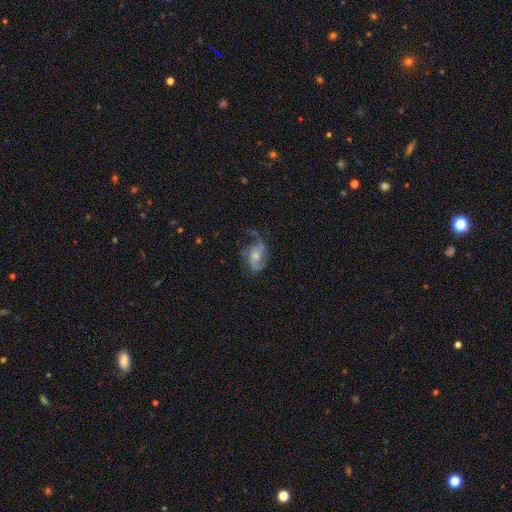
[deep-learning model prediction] The model was most divided on "spiral winding": loose: 46%, medium: 39%, tight: 15%. Remaining: edge-on disk — no (96%); spiral arms — yes (85%); smooth or featured — featured or disk (68%); bar — no (62%); spiral arm count — 2 (61%); bulge size — moderate (54%); merging — none (43%).